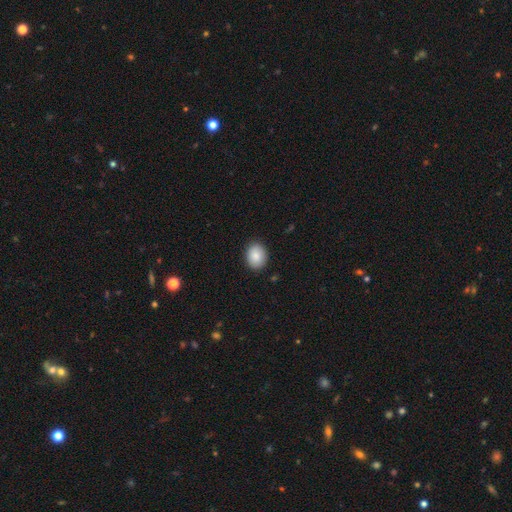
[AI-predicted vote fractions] Smooth or featured? Predicted: smooth (p=0.87). How rounded? Predicted: in between (p=0.55). Merging? Predicted: none (p=0.88).